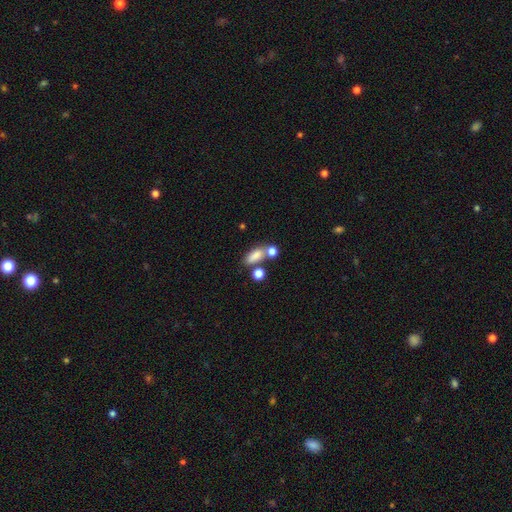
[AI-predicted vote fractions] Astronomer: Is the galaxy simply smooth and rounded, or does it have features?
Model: smooth — 79%.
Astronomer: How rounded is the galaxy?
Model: in between — 77%.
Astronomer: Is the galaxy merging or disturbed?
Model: none — 49% (runner-up: merger, 31%).